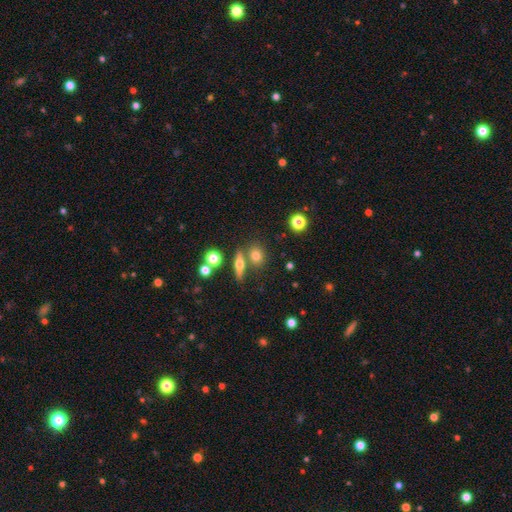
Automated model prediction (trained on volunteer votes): smooth-or-featured: smooth: 68% | featured or disk: 20% | star or artifact: 12%
  how-rounded: round: 51% | in between: 39% | cigar-shaped: 10%
  merging: none: 64% | merger: 22% | minor disturbance: 10% | major disturbance: 4%